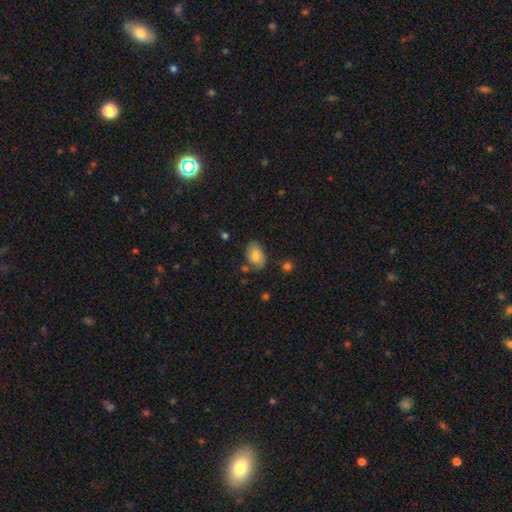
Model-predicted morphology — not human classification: Smooth or featured?
  - smooth: 81% *
  - featured or disk: 11%
  - star or artifact: 8%
How rounded?
  - in between: 86% *
  - round: 12%
  - cigar-shaped: 1%
Merging?
  - none: 71% *
  - minor disturbance: 19%
  - merger: 5%
  - major disturbance: 5%